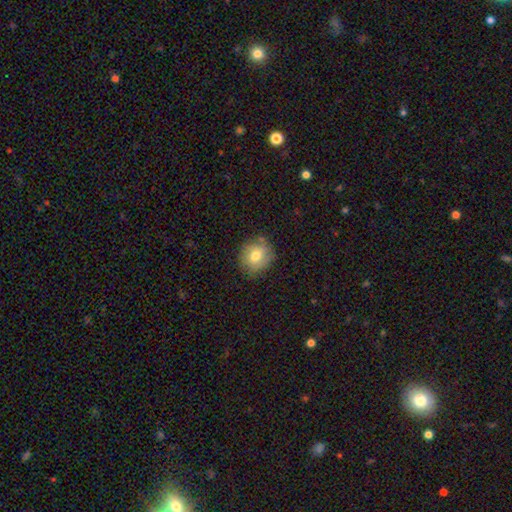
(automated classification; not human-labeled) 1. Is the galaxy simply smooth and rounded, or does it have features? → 68% smooth, 24% featured or disk, 9% star or artifact.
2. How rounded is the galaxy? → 81% round, 18% in between, 1% cigar-shaped.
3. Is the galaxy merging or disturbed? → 77% none, 17% minor disturbance, 4% major disturbance, 2% merger.